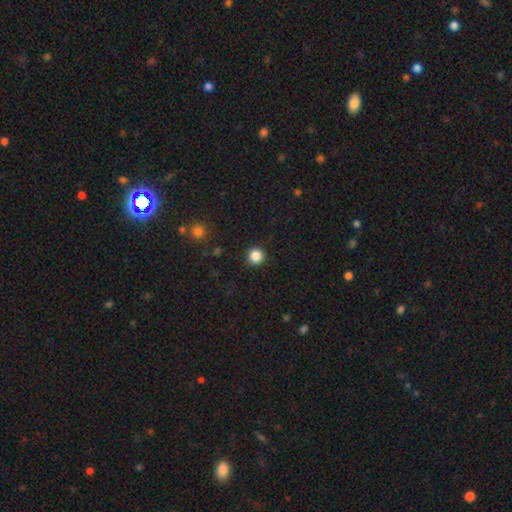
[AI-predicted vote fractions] A smooth galaxy with no disk features (85%) that is round (95%). Merging: none (91%).